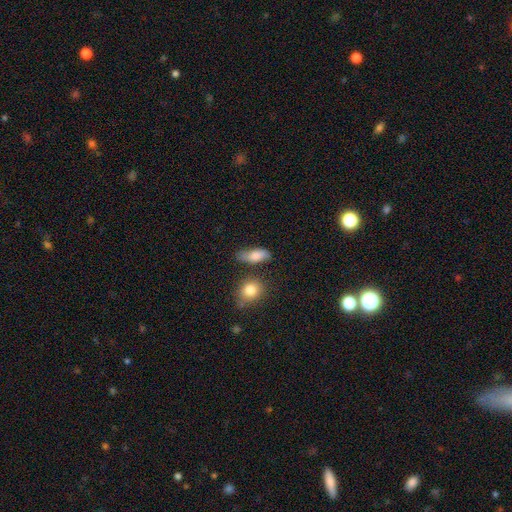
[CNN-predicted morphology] A smooth galaxy with no disk features (80%) that is in between round and cigar-shaped (76%).

Vote fractions:
- Smooth or featured? smooth: 80% / featured or disk: 12% / star or artifact: 7%
- How rounded? in between: 76% / cigar-shaped: 17% / round: 7%
- Merging? none: 65% / minor disturbance: 21% / merger: 8% / major disturbance: 6%